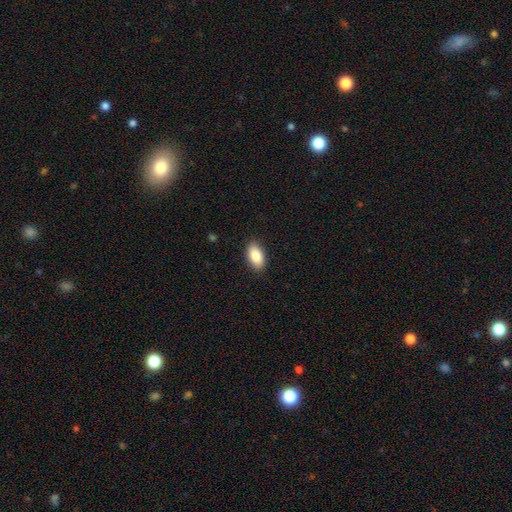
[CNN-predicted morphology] smooth_or_featured: smooth (p=0.88) [alt: star or artifact p=0.06]
how_rounded: in between (p=0.94) [alt: round p=0.03]
merging: none (p=0.88) [alt: minor disturbance p=0.09]